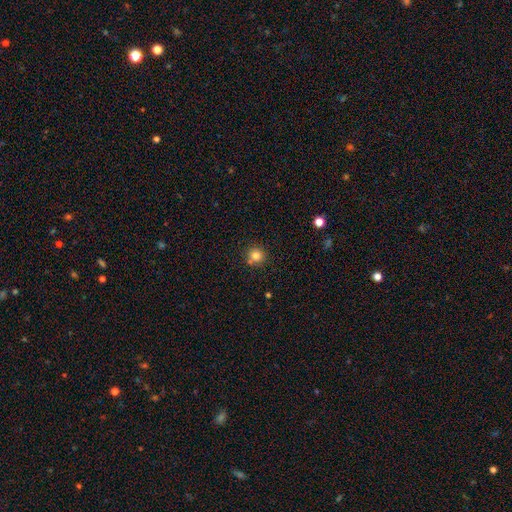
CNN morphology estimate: Q: Smooth or featured?
A: smooth (81%); runner-up: star or artifact (12%)
Q: How rounded?
A: round (93%); runner-up: in between (6%)
Q: Merging?
A: none (76%); runner-up: merger (13%)